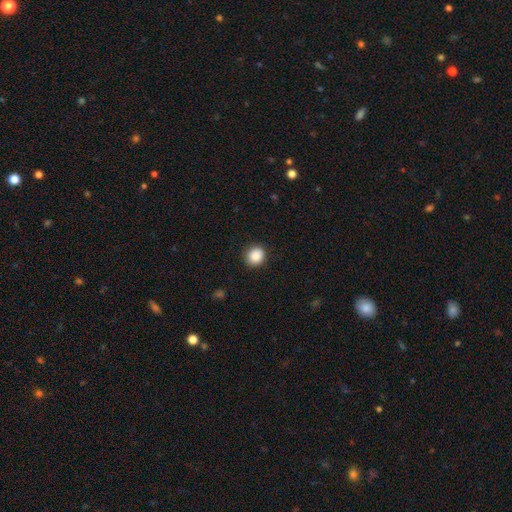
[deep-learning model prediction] This appears to be a smooth galaxy with no disk features (89%) that is round (80%). Merging: none (89%).